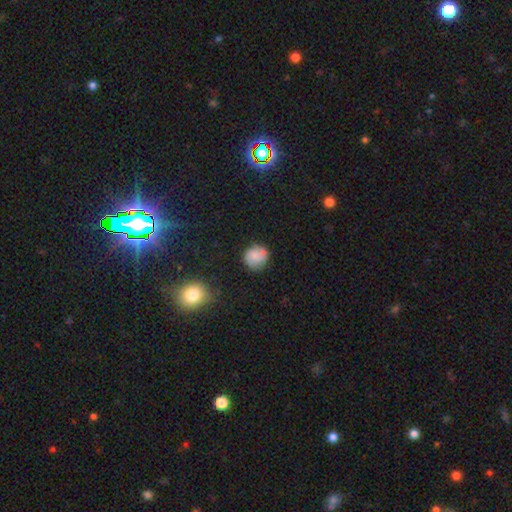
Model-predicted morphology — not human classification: This appears to be a smooth galaxy with no disk features (74%) that is round (85%). Merging: none (73%).